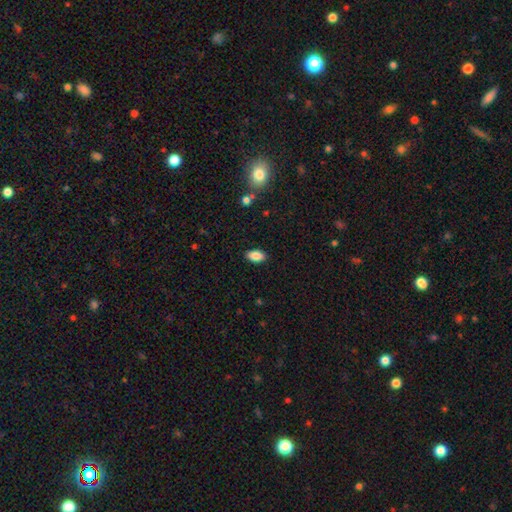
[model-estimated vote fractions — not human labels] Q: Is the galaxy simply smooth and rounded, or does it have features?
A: smooth — 87%.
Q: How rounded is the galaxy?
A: in between — 92%.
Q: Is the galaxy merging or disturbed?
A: none — 89%.